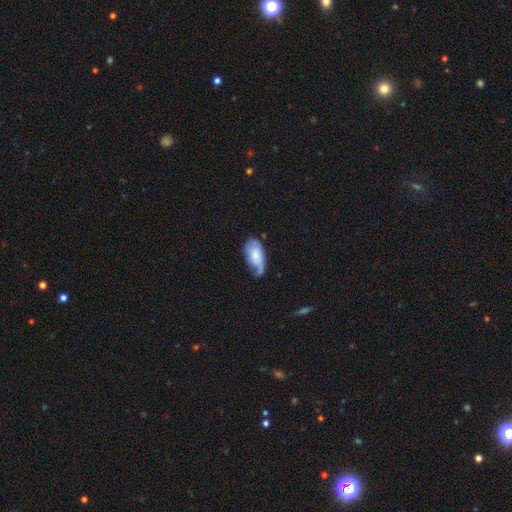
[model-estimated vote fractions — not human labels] smooth-or-featured: smooth: 59% | featured or disk: 35% | star or artifact: 6%
  how-rounded: in between: 92% | cigar-shaped: 5% | round: 3%
  merging: minor disturbance: 40% | none: 37% | major disturbance: 20% | merger: 4%